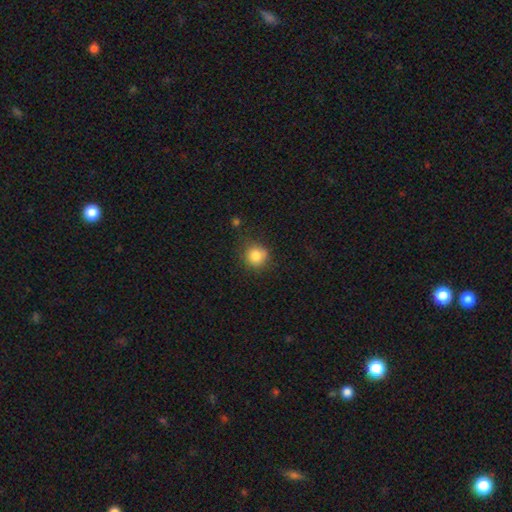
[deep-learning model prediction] This is clearly a smooth galaxy (83%). How rounded: clearly round (88%). Merging: likely none (72%).